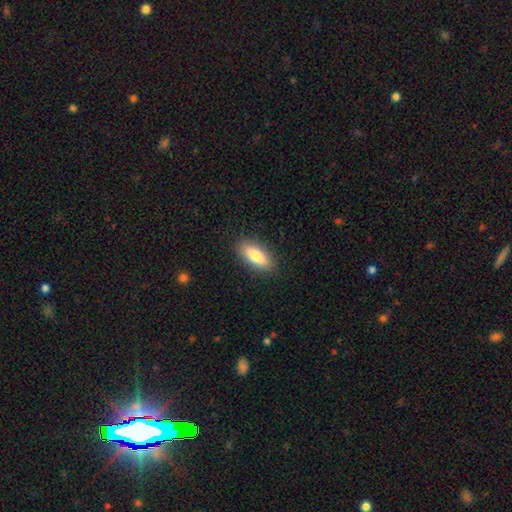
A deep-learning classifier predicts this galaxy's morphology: Smooth or featured: smooth — 83% (featured or disk — 11%)
How rounded: in between — 75% (cigar-shaped — 23%)
Merging: none — 88% (minor disturbance — 9%)